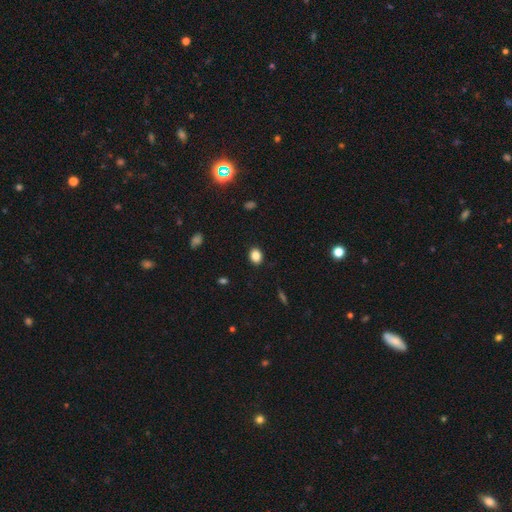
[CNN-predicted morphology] This appears to be a smooth galaxy with no disk features (85%) that is in between round and cigar-shaped (53%). Merging: none (89%).